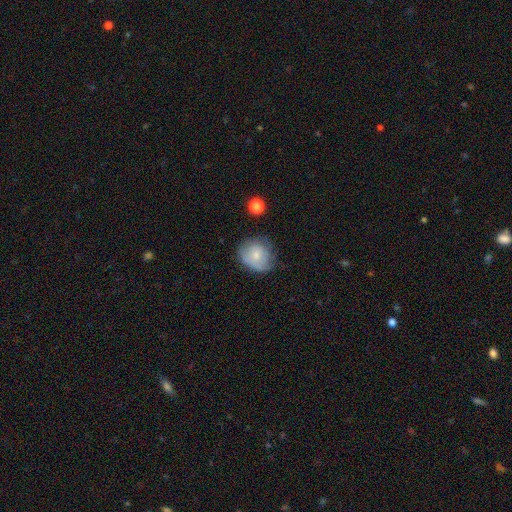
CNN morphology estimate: Smooth or featured: smooth — 63% (featured or disk — 29%)
How rounded: round — 77% (in between — 22%)
Merging: none — 58% (minor disturbance — 30%)